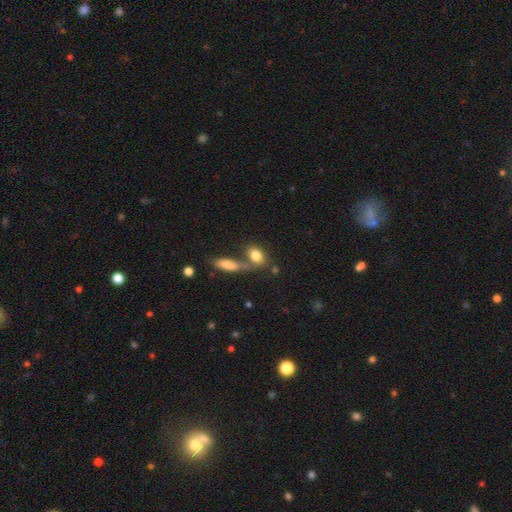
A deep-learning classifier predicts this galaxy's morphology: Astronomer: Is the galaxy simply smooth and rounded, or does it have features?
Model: smooth — 81%.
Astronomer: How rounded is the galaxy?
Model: in between — 76%.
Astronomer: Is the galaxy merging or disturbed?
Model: none — 46% (runner-up: merger, 36%).